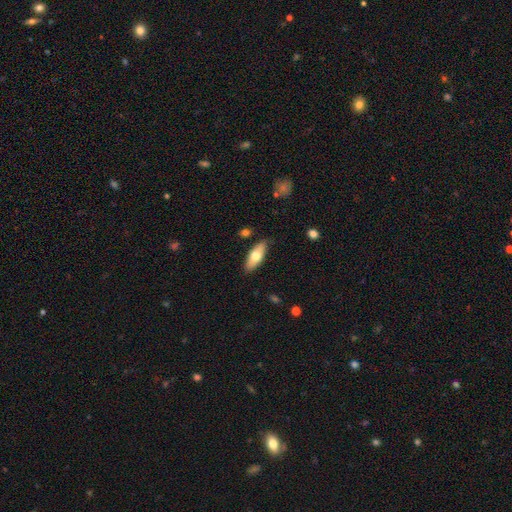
Morphology: type=smooth (69%); roundness=in between (67%); merging=none (71%).